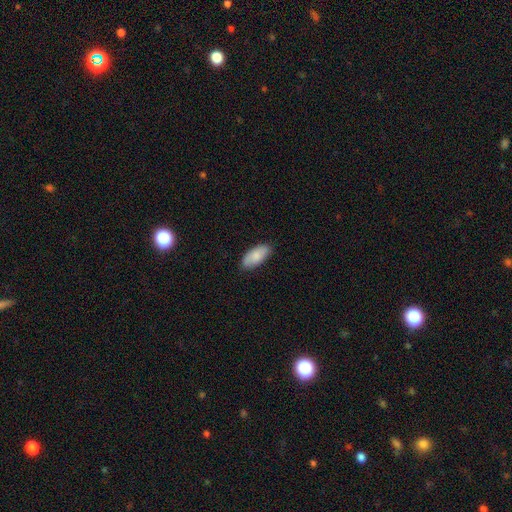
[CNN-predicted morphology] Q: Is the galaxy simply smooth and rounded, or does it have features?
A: smooth — 85%.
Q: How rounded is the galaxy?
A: in between — 90%.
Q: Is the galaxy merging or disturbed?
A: none — 85%.